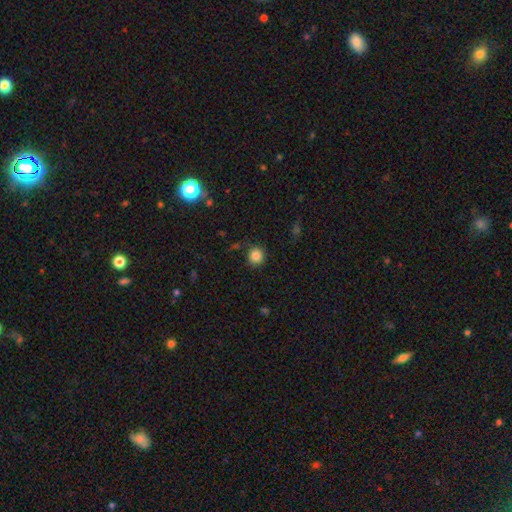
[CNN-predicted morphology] type=smooth (84%); roundness=round (92%); merging=none (86%).